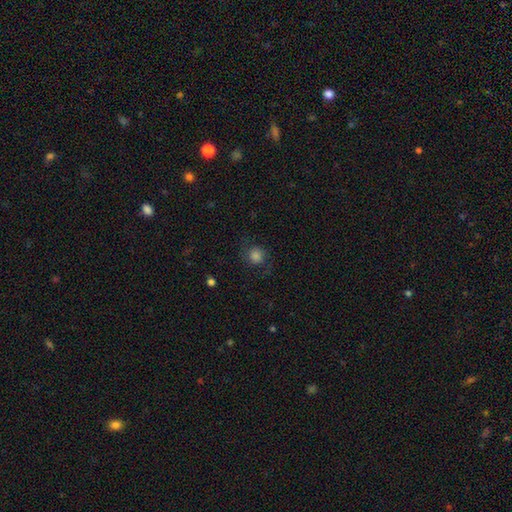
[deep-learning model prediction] smooth 57%, featured or disk 29%, star or artifact 14%. Down the decision tree: how rounded — round (87%); merging — none (74%).